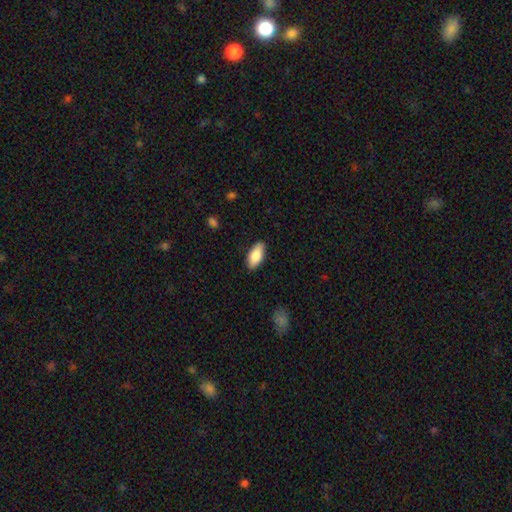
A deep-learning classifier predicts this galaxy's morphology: Smooth or featured? smooth (82%)
How rounded? in between (88%)
Merging? none (87%)